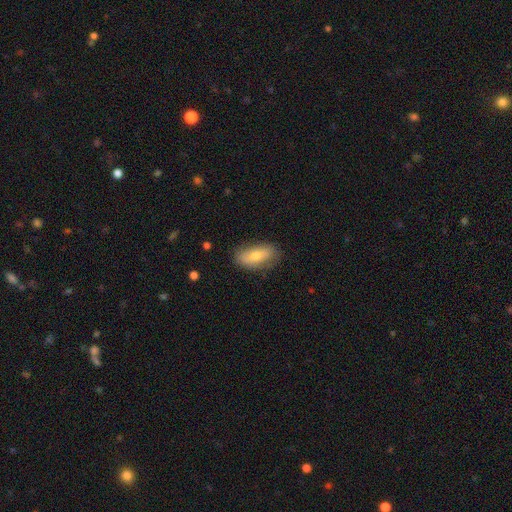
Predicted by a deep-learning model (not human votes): smooth 69%, featured or disk 24%, star or artifact 6%. Down the decision tree: how rounded — in between (87%); merging — none (78%).